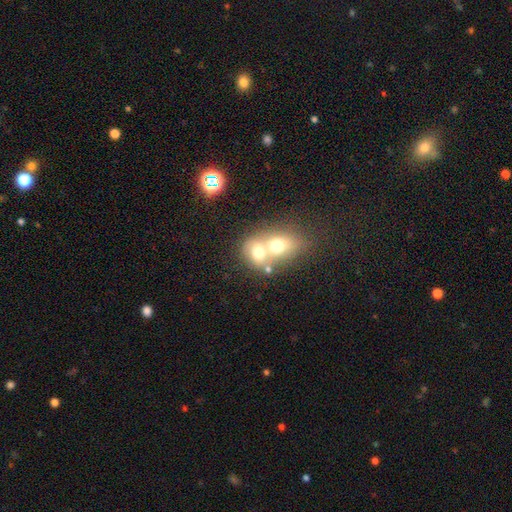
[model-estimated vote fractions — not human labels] This appears to be a smooth galaxy with no disk features (61%) that is round (54%). Merging: merger (73%).